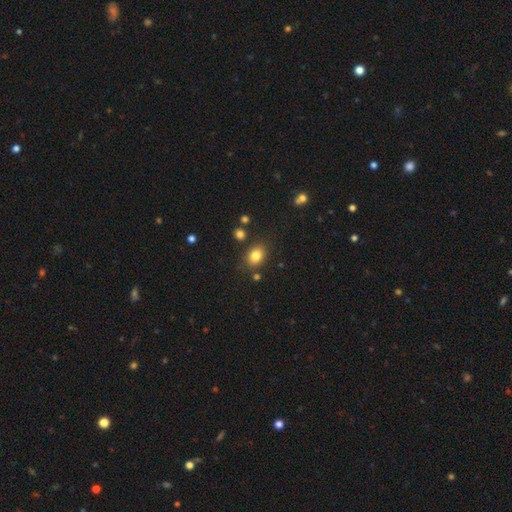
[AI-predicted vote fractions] smooth-or-featured: smooth: 82% | star or artifact: 11% | featured or disk: 7%
  how-rounded: in between: 60% | round: 39% | cigar-shaped: 1%
  merging: none: 79% | minor disturbance: 12% | merger: 5% | major disturbance: 3%